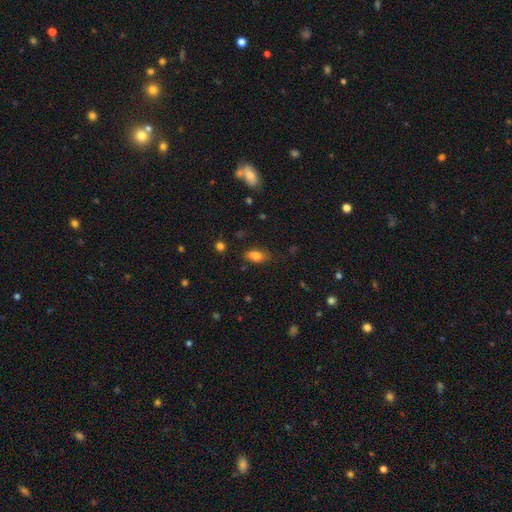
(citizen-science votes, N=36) Smooth or featured? smooth (89%)
How rounded? in between (91%)
Merging? none (74%)